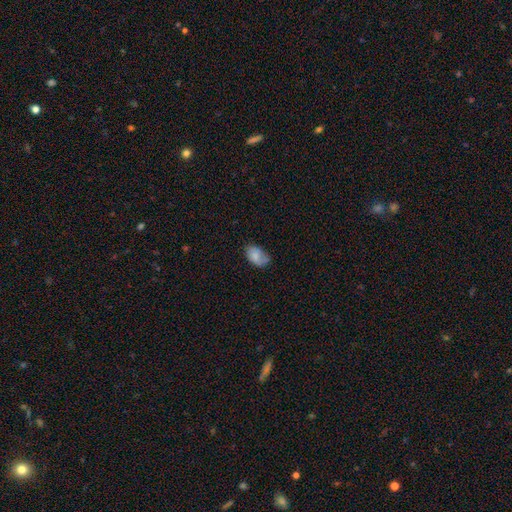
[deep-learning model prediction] A smooth galaxy with no disk features (77%) that is in between round and cigar-shaped (91%). Merging: none (55%).